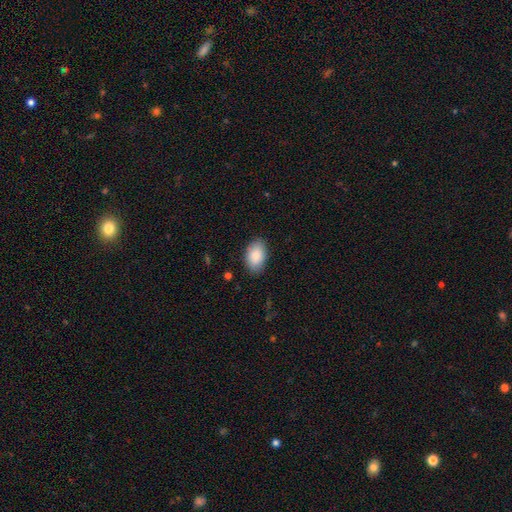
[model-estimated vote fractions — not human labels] Q: Smooth or featured?
A: smooth (87%); runner-up: featured or disk (6%)
Q: How rounded?
A: in between (91%); runner-up: round (7%)
Q: Merging?
A: none (85%); runner-up: minor disturbance (11%)